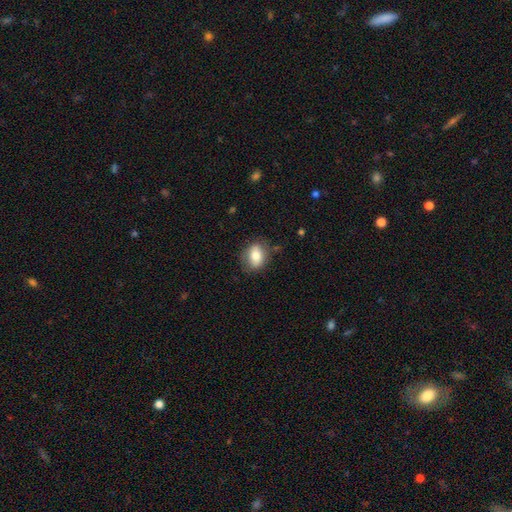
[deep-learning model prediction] A smooth galaxy with no disk features (75%) that is in between round and cigar-shaped (70%).

Vote fractions:
- Smooth or featured? smooth: 75% / featured or disk: 17% / star or artifact: 8%
- How rounded? in between: 70% / round: 28% / cigar-shaped: 2%
- Merging? none: 77% / minor disturbance: 17% / major disturbance: 5% / merger: 2%